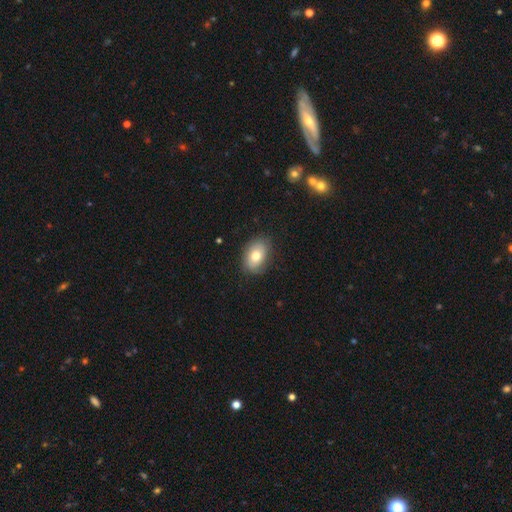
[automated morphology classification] smooth 74%, featured or disk 19%, star or artifact 8%. Down the decision tree: how rounded — in between (81%); merging — none (79%).